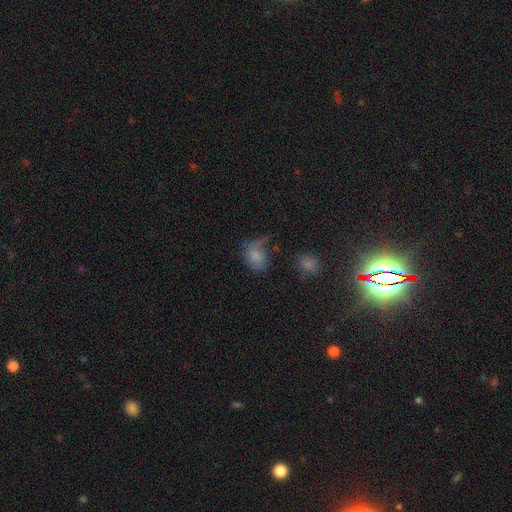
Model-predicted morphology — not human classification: smooth_or_featured: smooth (p=0.71) [alt: featured or disk p=0.17]
how_rounded: in between (p=0.65) [alt: round p=0.33]
merging: none (p=0.35) [alt: major disturbance p=0.29]